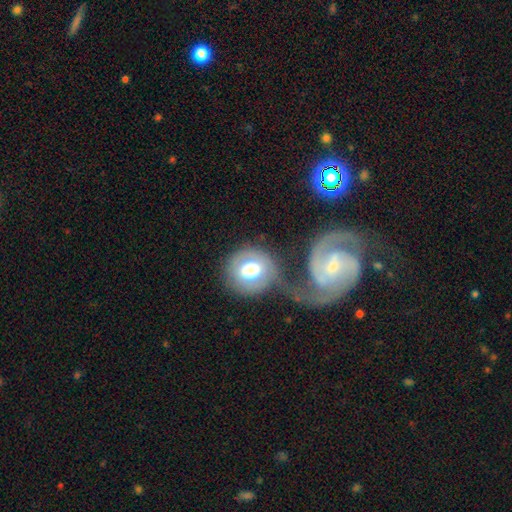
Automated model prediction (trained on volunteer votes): Q: Smooth or featured?
A: featured or disk (54%); runner-up: smooth (38%)
Q: Edge-on disk?
A: no (95%); runner-up: yes (5%)
Q: Bar?
A: weak (41%); runner-up: no (39%)
Q: Spiral arms?
A: yes (87%); runner-up: no (13%)
Q: Bulge size?
A: moderate (54%); runner-up: small (30%)
Q: Merging?
A: none (56%); runner-up: merger (26%)